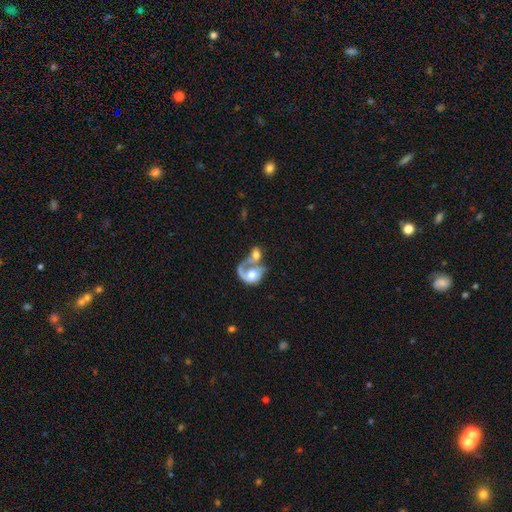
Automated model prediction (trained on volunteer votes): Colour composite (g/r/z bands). It shows a featured or disk galaxy (55%) with no bar (78%), spiral arms (62%) and a moderate central bulge (54%). Merging: merger (68%).